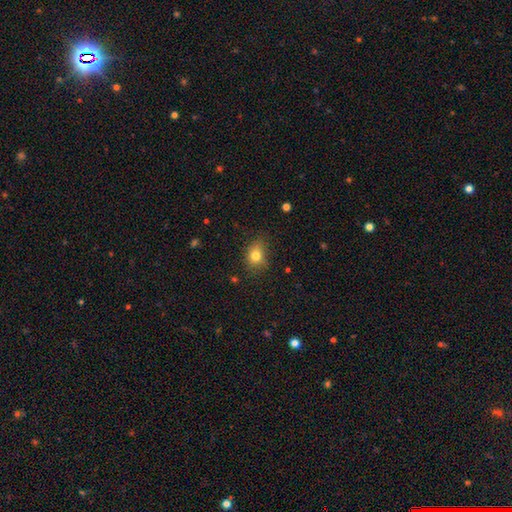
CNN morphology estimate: Smooth or featured? Predicted: smooth (p=0.78). How rounded? Predicted: in between (p=0.52). Merging? Predicted: none (p=0.70).